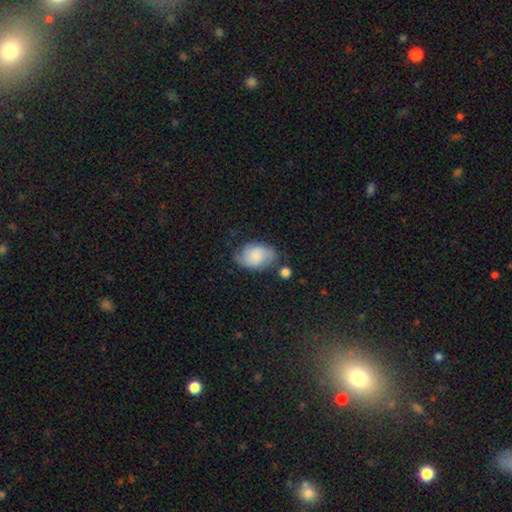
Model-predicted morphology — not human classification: Smooth or featured: smooth — 55% (featured or disk — 37%)
How rounded: in between — 83% (round — 15%)
Merging: none — 52% (minor disturbance — 29%)